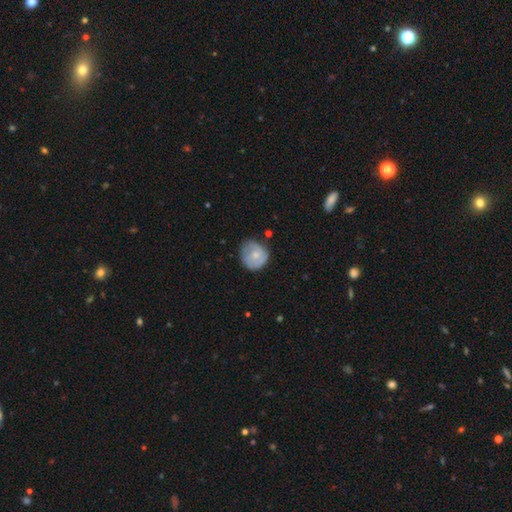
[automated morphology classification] This appears to be a smooth galaxy with no disk features (50%). Merging: none (63%).